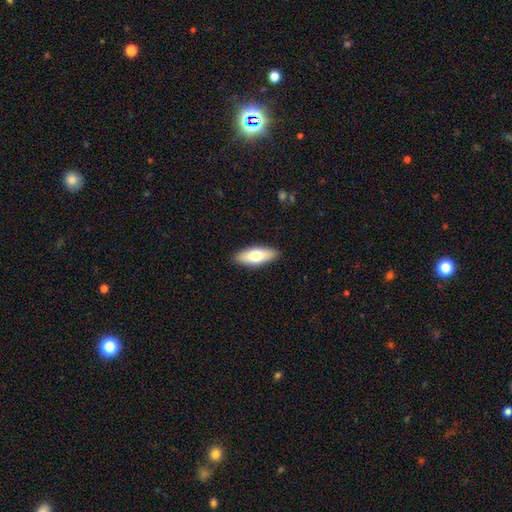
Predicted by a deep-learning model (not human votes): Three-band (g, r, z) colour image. It shows a smooth galaxy with no disk features (70%) that is in between round and cigar-shaped (71%). Merging: none (90%).